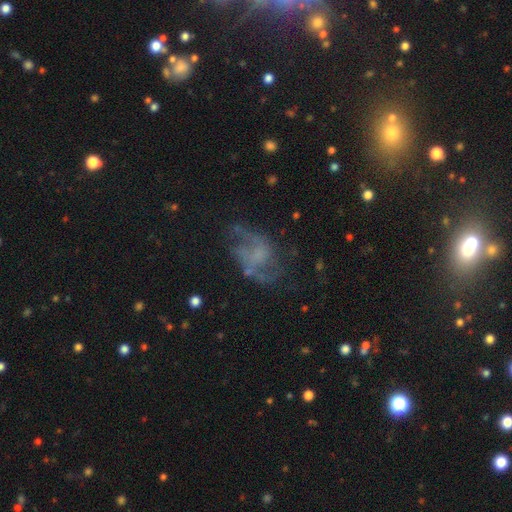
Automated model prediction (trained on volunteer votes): Smooth or featured? featured or disk (69%)
Edge-on disk? no (97%)
Bar? no (64%)
Spiral arms? yes (77%)
Spiral winding? loose (51%)
Spiral arm count? 2 (69%)
Bulge size? none (57%)
Merging? none (51%)